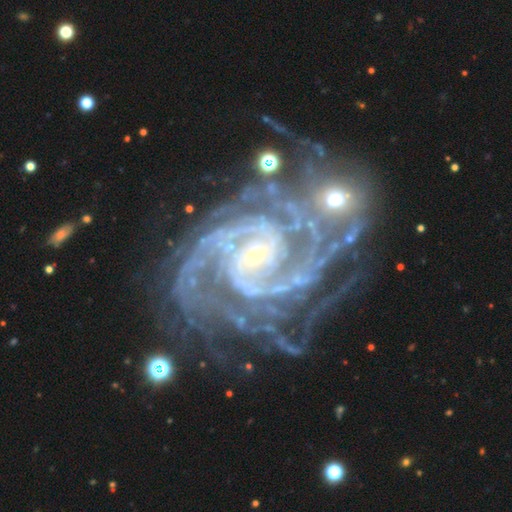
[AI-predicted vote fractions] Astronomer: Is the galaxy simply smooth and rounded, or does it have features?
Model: featured or disk — 93%.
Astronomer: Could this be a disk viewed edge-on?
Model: no — 98%.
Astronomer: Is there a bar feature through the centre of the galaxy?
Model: no — 39%, tied with weak at 39%.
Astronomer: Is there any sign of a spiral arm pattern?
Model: yes — 99%.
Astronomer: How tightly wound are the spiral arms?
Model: tight — 65%.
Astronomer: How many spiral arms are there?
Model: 2 — 22% (runner-up: 4, 20%).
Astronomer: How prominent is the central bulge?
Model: small — 67%.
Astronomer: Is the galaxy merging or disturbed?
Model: none — 56%.